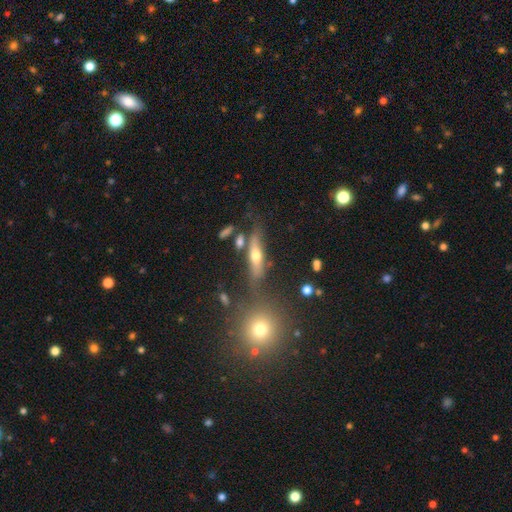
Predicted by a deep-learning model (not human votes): Smooth or featured?
  - featured or disk: 46% *
  - smooth: 43%
  - star or artifact: 11%
Merging?
  - none: 64% *
  - minor disturbance: 16%
  - merger: 13%
  - major disturbance: 7%